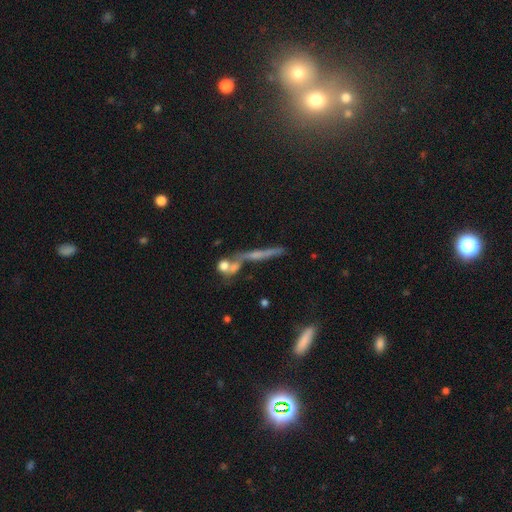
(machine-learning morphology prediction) A featured or disk galaxy (44%).

Vote fractions:
- Smooth or featured? featured or disk: 44% / star or artifact: 30% / smooth: 26%
- Merging? none: 59% / merger: 23% / minor disturbance: 11% / major disturbance: 7%